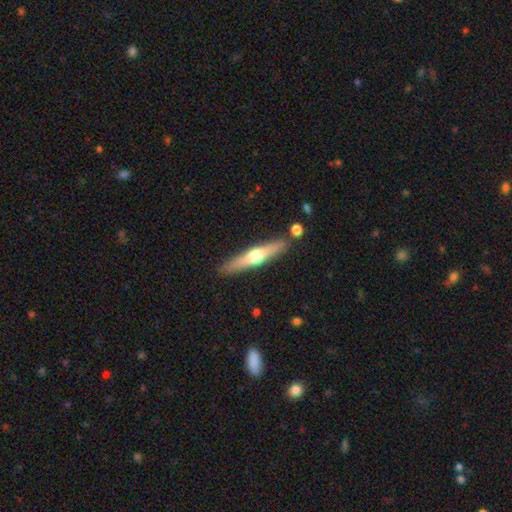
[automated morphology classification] type=featured or disk (58%); edge-on=yes (95%); edge-on bulge=rounded (92%); merging=none (85%).